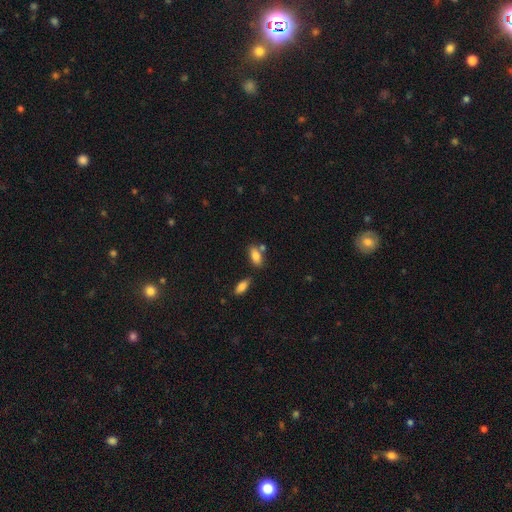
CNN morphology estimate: Smooth or featured? smooth (84%)
How rounded? in between (89%)
Merging? none (62%)